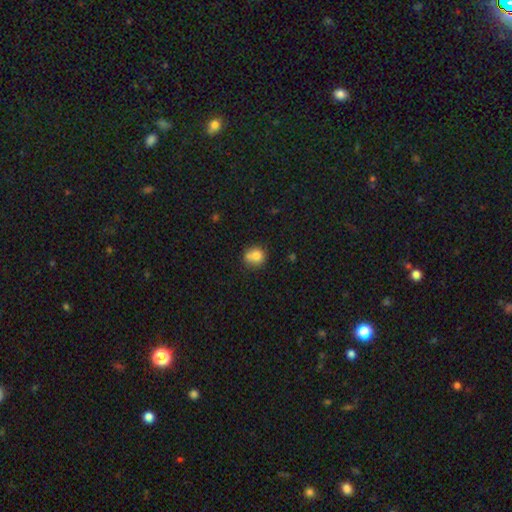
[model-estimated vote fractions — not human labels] Morphology: type=smooth (79%); roundness=round (83%); merging=none (55%).